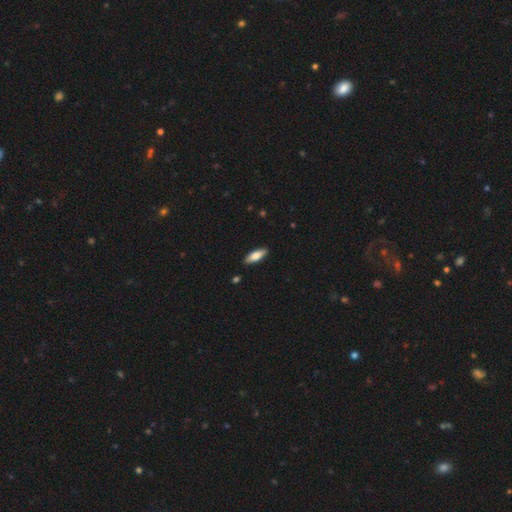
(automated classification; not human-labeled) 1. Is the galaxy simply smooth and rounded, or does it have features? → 73% smooth, 21% featured or disk, 6% star or artifact.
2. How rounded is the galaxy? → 59% in between, 39% cigar-shaped, 2% round.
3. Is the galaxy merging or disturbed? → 89% none, 8% minor disturbance, 2% major disturbance, 1% merger.